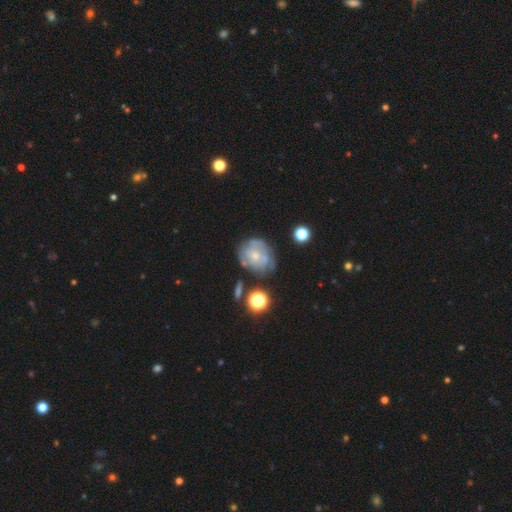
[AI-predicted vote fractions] smooth_or_featured: featured or disk (p=0.58) [alt: smooth p=0.33]
disk_edge_on: no (p=0.97) [alt: yes p=0.03]
bar: no (p=0.85) [alt: weak p=0.13]
has_spiral_arms: no (p=0.52) [alt: yes p=0.48]
bulge_size: small (p=0.66) [alt: moderate p=0.28]
merging: none (p=0.50) [alt: minor disturbance p=0.26]